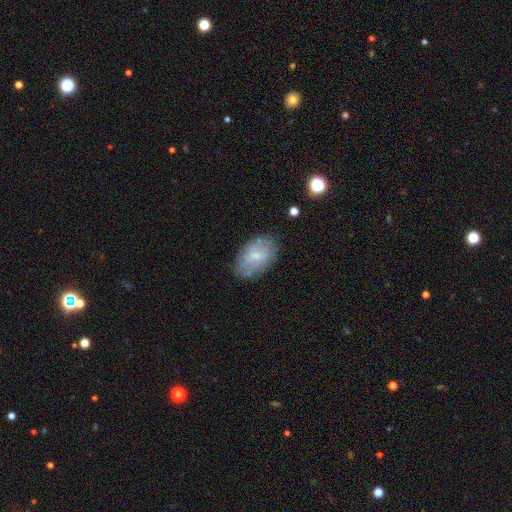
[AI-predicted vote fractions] Q: Smooth or featured?
A: smooth (53%); runner-up: featured or disk (39%)
Q: How rounded?
A: in between (91%); runner-up: round (7%)
Q: Merging?
A: none (72%); runner-up: minor disturbance (20%)